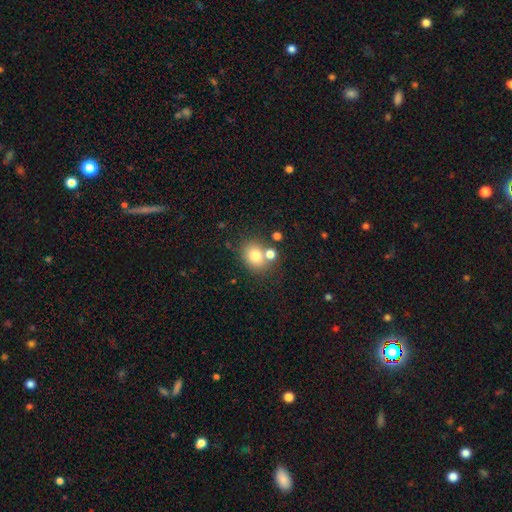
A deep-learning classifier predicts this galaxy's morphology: smooth-or-featured: smooth: 77% | star or artifact: 12% | featured or disk: 11%
  how-rounded: round: 62% | in between: 37% | cigar-shaped: 1%
  merging: none: 62% | merger: 22% | minor disturbance: 11% | major disturbance: 4%